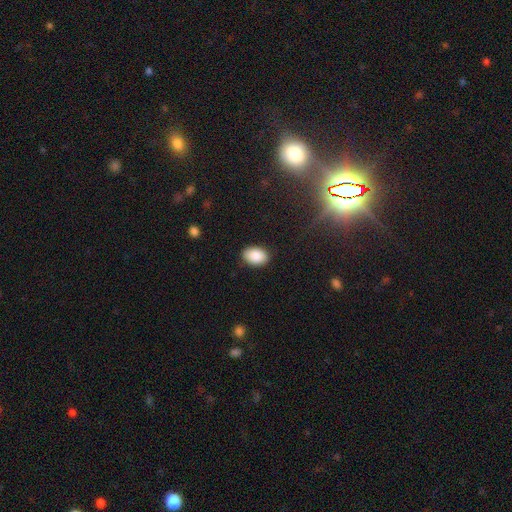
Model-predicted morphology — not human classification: Overall: smooth (89%). How rounded: in between (88%). Merging: none (87%).